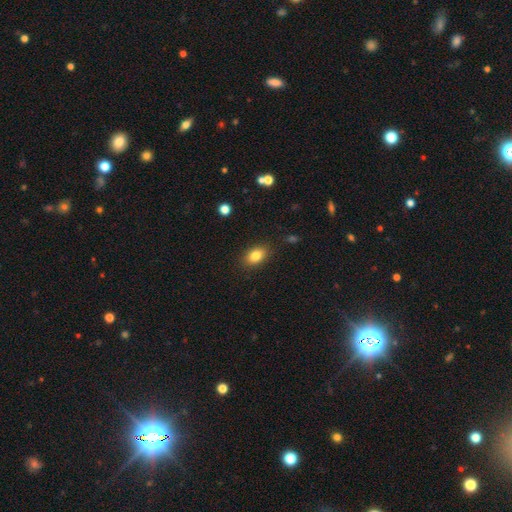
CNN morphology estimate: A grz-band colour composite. It shows a smooth galaxy with no disk features (83%) that is in between round and cigar-shaped (83%). Merging: none (87%).